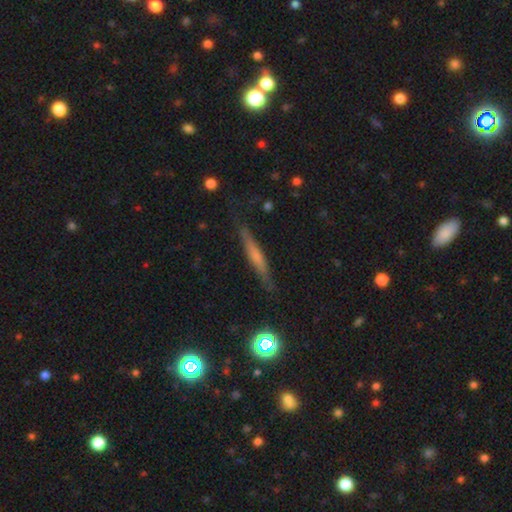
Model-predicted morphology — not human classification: A smooth galaxy with no disk features (50%). Merging: none (81%).